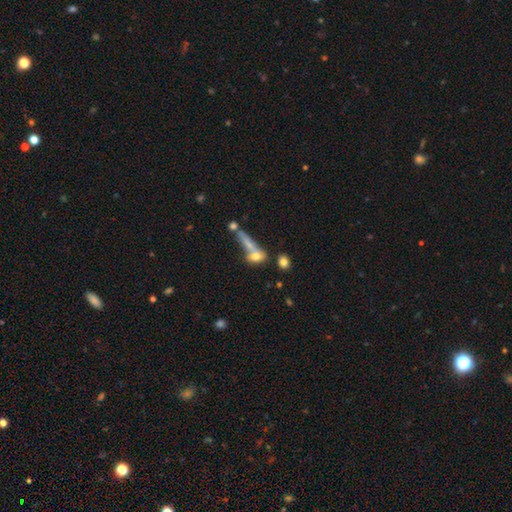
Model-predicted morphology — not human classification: Smooth or featured? Predicted: smooth (p=0.65). How rounded? Predicted: in between (p=0.45). Merging? Predicted: merger (p=0.41).